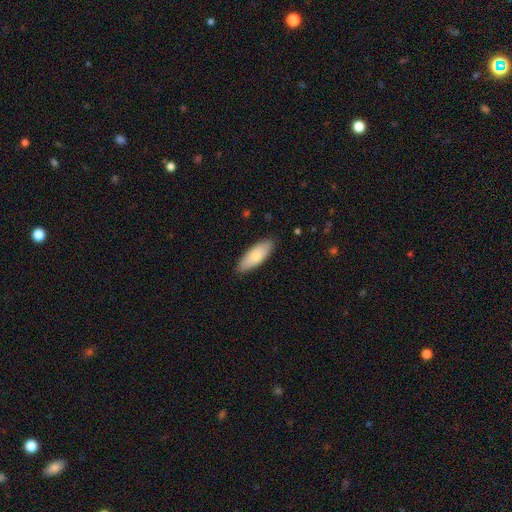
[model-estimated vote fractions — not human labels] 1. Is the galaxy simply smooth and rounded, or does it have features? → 76% smooth, 19% featured or disk, 6% star or artifact.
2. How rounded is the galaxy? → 74% in between, 24% cigar-shaped, 2% round.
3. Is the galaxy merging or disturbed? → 86% none, 11% minor disturbance, 2% major disturbance, 1% merger.